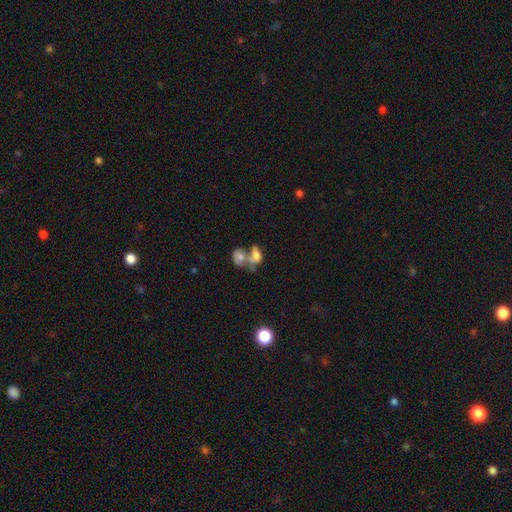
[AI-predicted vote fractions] Morphology: type=smooth (61%); roundness=in between (79%); merging=merger (66%).